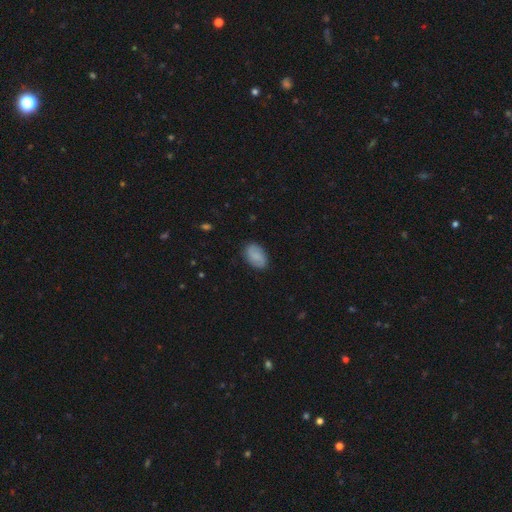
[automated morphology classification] type=smooth (72%); roundness=in between (90%); merging=none (84%).